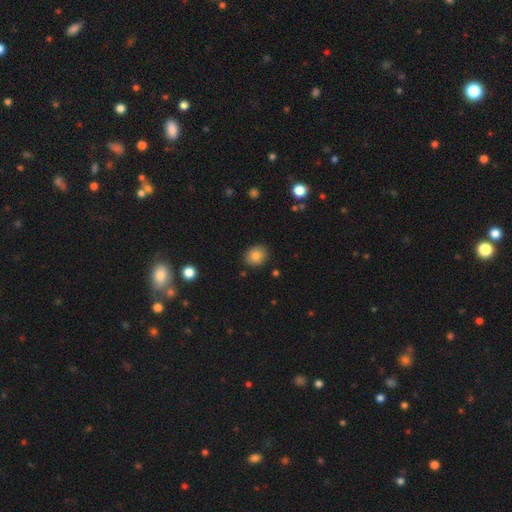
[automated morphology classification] This is clearly a smooth galaxy (82%). How rounded: likely round (70%). Merging: clearly none (88%).